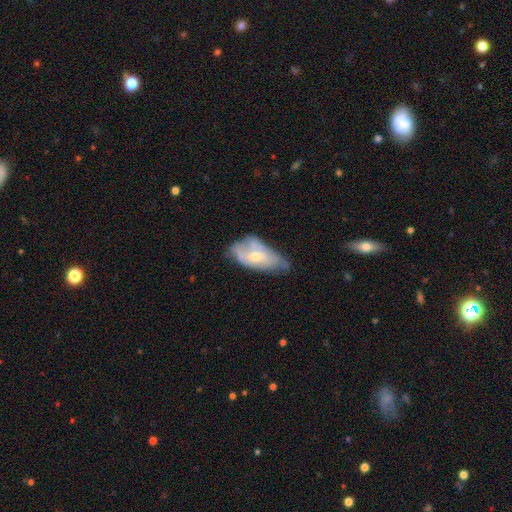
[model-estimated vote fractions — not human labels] smooth-or-featured: featured or disk: 52% | smooth: 41% | star or artifact: 7%
  disk-edge-on: no: 92% | yes: 8%
  merging: minor disturbance: 39% | none: 30% | major disturbance: 22% | merger: 9%